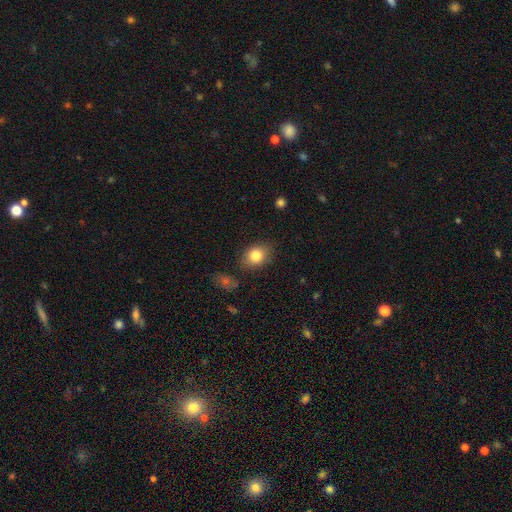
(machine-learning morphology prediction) This is clearly a smooth galaxy (82%). How rounded: likely in between (66%). Merging: clearly none (82%).